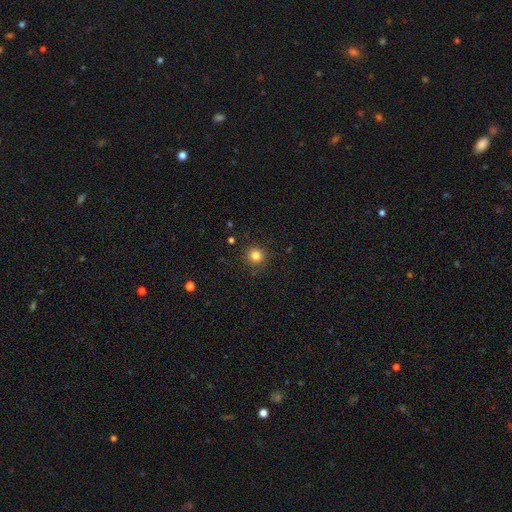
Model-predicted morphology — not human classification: Smooth or featured?
  - smooth: 82% *
  - star or artifact: 13%
  - featured or disk: 5%
How rounded?
  - round: 95% *
  - in between: 4%
  - cigar-shaped: 1%
Merging?
  - none: 90% *
  - minor disturbance: 6%
  - major disturbance: 2%
  - merger: 1%